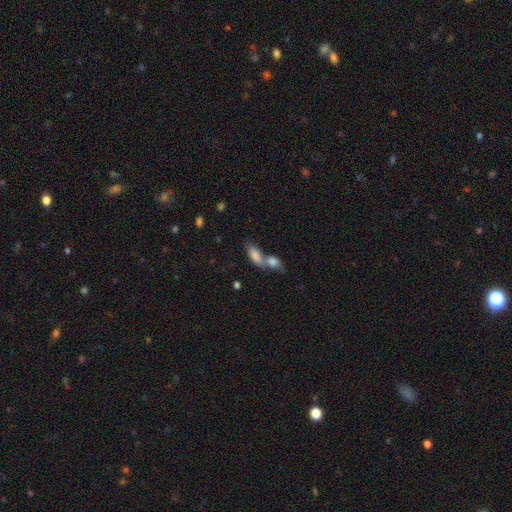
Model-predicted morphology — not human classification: Q: Smooth or featured?
A: smooth (77%); runner-up: featured or disk (14%)
Q: How rounded?
A: in between (83%); runner-up: cigar-shaped (10%)
Q: Merging?
A: merger (73%); runner-up: none (17%)